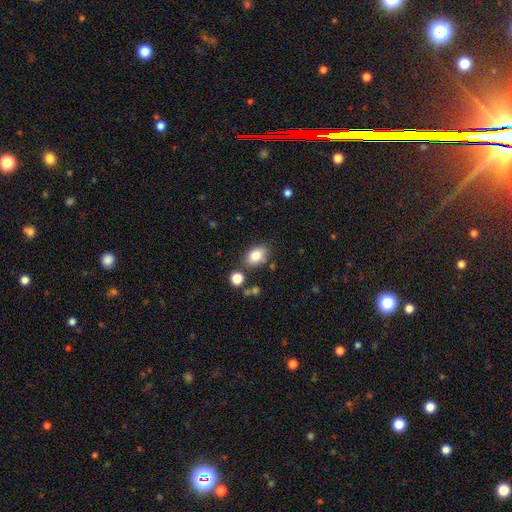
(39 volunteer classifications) Smooth or featured? 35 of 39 (90%) said smooth. How rounded? 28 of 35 (80%) said in between. Merging? 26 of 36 (72%) said none.